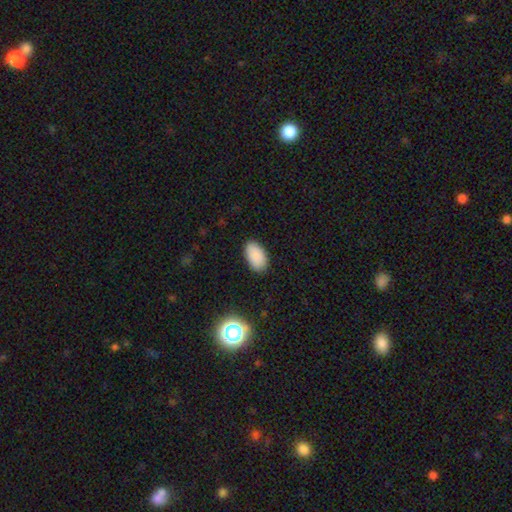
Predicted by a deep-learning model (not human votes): Q: Smooth or featured?
A: smooth (88%); runner-up: star or artifact (8%)
Q: How rounded?
A: in between (94%); runner-up: round (4%)
Q: Merging?
A: none (86%); runner-up: minor disturbance (10%)